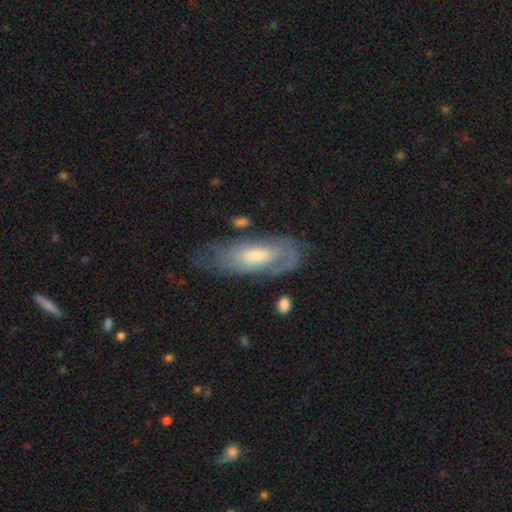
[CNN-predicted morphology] Q: Smooth or featured?
A: featured or disk (59%); runner-up: smooth (35%)
Q: Edge-on disk?
A: no (84%); runner-up: yes (16%)
Q: Merging?
A: none (59%); runner-up: minor disturbance (24%)